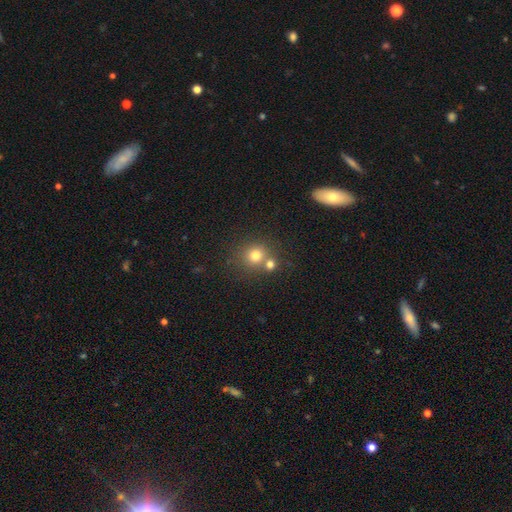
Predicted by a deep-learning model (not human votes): Overall: smooth (76%). How rounded: round (87%). Merging: none (56%; merger 33%).